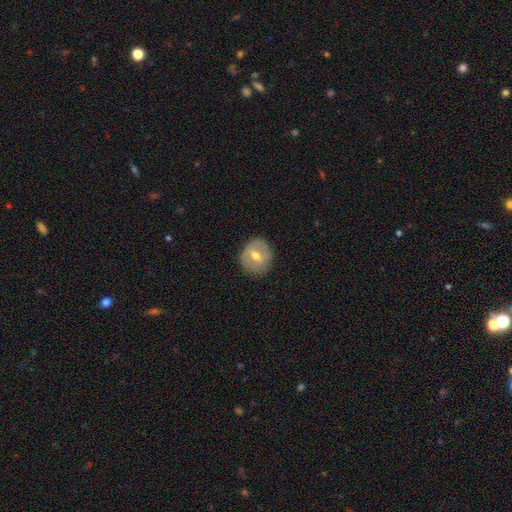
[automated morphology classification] Smooth or featured? featured or disk (47%)
Merging? none (86%)